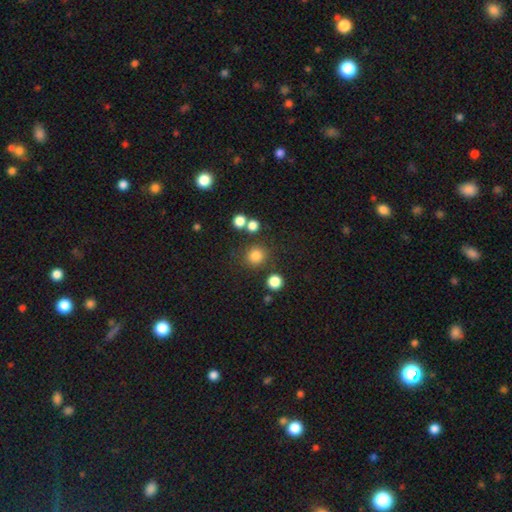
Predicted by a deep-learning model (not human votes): Q: Smooth or featured?
A: smooth (81%); runner-up: star or artifact (14%)
Q: How rounded?
A: round (90%); runner-up: in between (9%)
Q: Merging?
A: none (81%); runner-up: minor disturbance (8%)